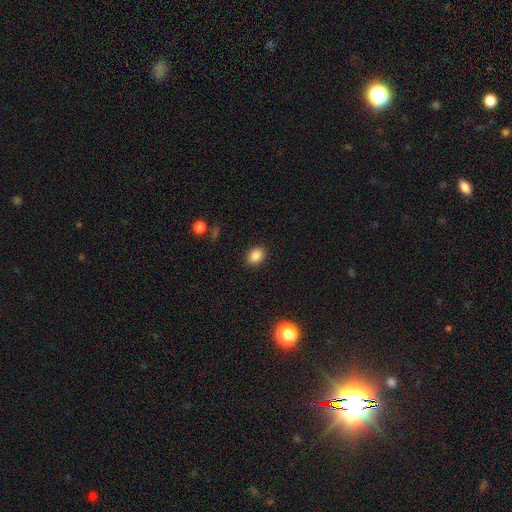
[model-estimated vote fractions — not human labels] Smooth or featured?
  - smooth: 86% *
  - star or artifact: 10%
  - featured or disk: 4%
How rounded?
  - in between: 51% *
  - round: 48%
  - cigar-shaped: 1%
Merging?
  - none: 90% *
  - minor disturbance: 7%
  - major disturbance: 2%
  - merger: 1%